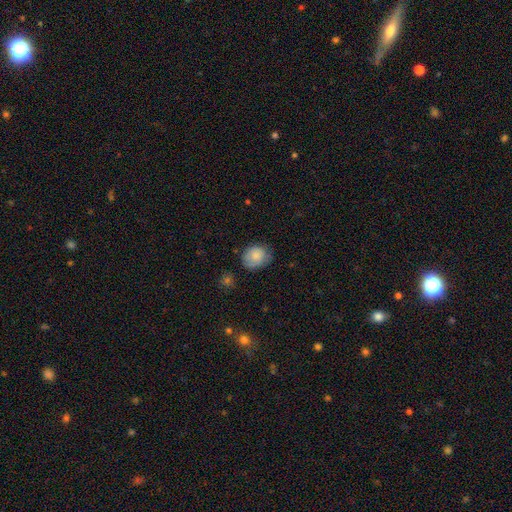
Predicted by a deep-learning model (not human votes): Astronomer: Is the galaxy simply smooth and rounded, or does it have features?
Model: smooth — 80%.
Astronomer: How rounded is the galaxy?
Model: round — 56% (runner-up: in between, 44%).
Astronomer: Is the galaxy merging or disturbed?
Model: none — 63%.